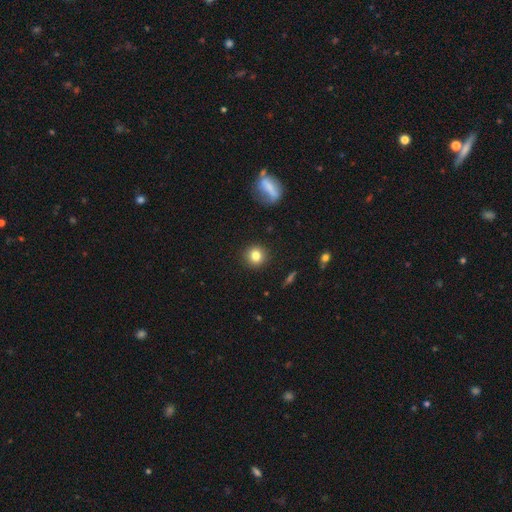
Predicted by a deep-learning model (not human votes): Smooth or featured? smooth (81%)
How rounded? round (91%)
Merging? none (91%)